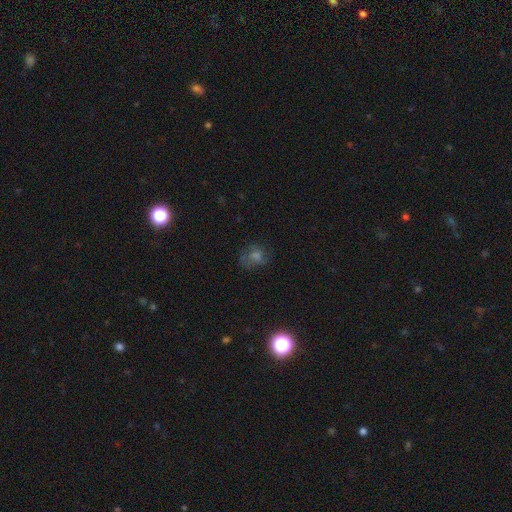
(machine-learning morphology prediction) Smooth or featured?
  - smooth: 47% *
  - star or artifact: 29%
  - featured or disk: 23%
Merging?
  - none: 61% *
  - minor disturbance: 21%
  - major disturbance: 15%
  - merger: 2%